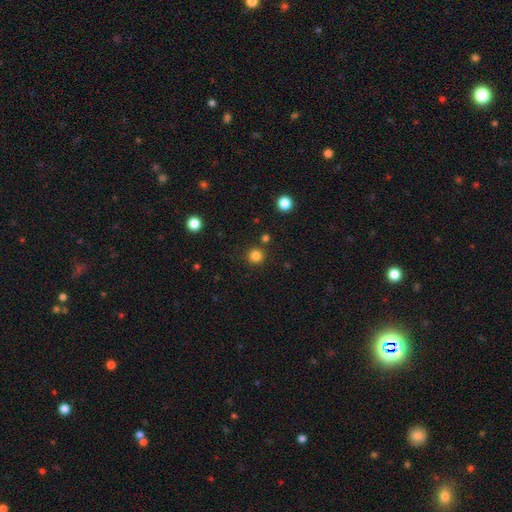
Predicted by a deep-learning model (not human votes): Smooth or featured? Predicted: smooth (p=0.82). How rounded? Predicted: round (p=0.95). Merging? Predicted: none (p=0.87).